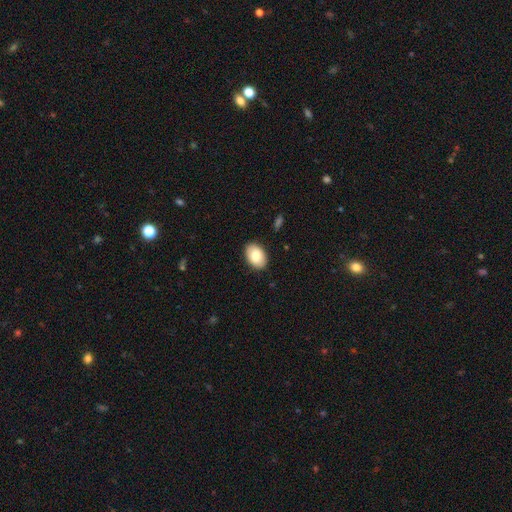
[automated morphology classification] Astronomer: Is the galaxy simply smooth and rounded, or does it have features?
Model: smooth — 80%.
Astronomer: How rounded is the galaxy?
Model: in between — 87%.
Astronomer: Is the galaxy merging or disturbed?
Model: none — 88%.